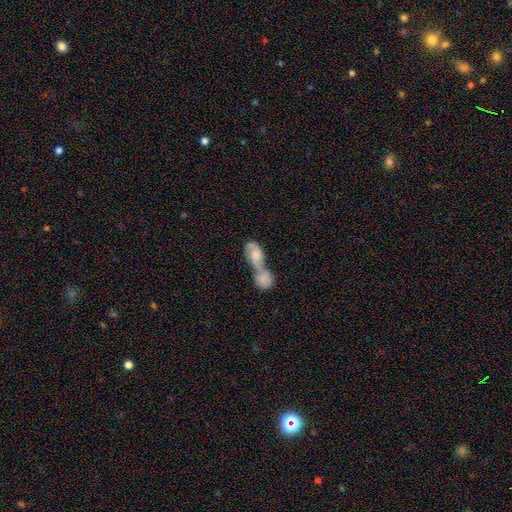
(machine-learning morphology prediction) A smooth galaxy with no disk features (62%) that is in between round and cigar-shaped (71%). Merging: merger (82%).